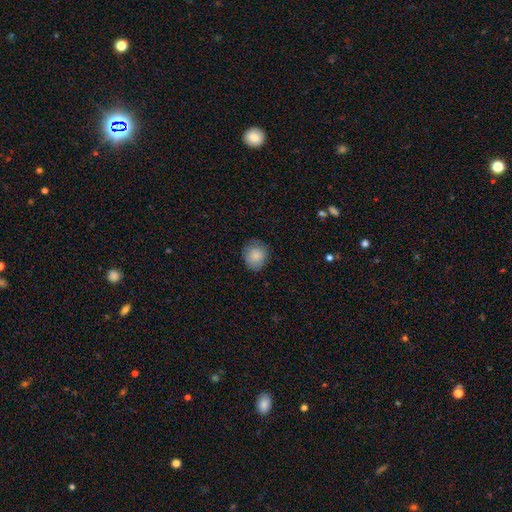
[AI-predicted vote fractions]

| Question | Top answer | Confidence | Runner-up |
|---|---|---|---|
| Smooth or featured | smooth | 85% | star or artifact (8%) |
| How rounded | round | 81% | in between (18%) |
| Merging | none | 79% | minor disturbance (17%) |